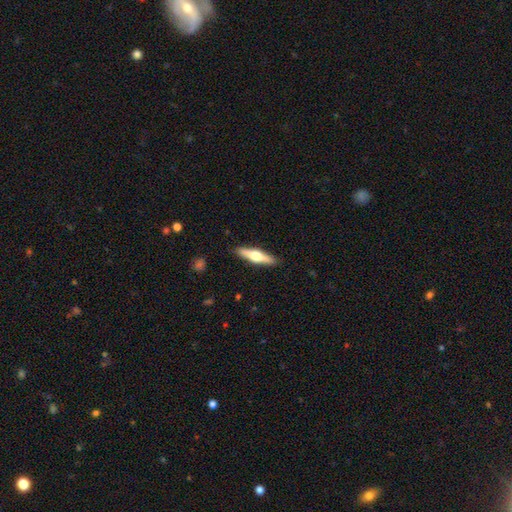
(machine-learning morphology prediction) Overall: featured or disk (57%; smooth 38%). Edge-on disk: yes (96%). Edge-on bulge: rounded (94%). Merging: none (90%).